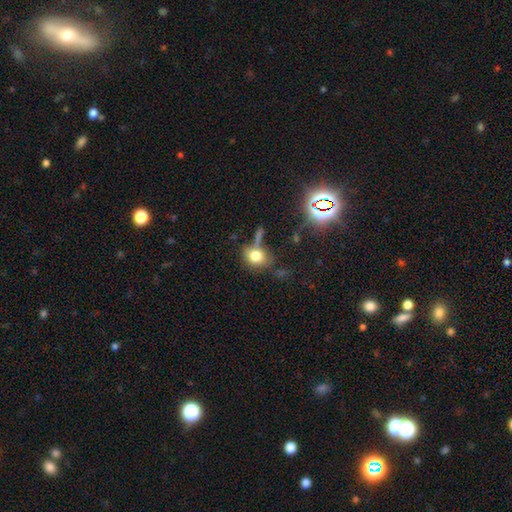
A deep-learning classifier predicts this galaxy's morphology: Smooth or featured: smooth — 73% (star or artifact — 14%)
How rounded: round — 53% (in between — 45%)
Merging: none — 53% (minor disturbance — 19%)